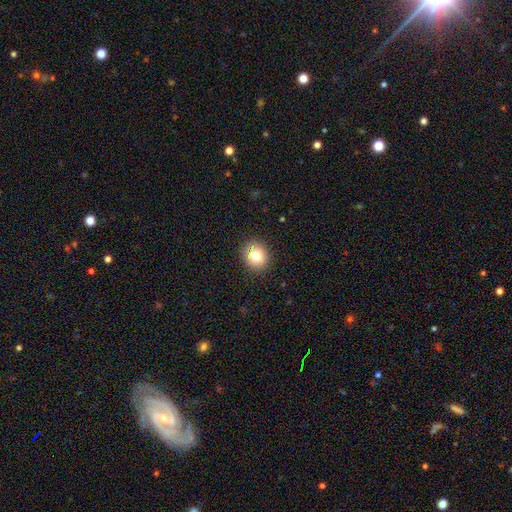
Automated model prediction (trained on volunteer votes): smooth 77%, featured or disk 12%, star or artifact 12%. Down the decision tree: how rounded — round (79%); merging — none (87%).